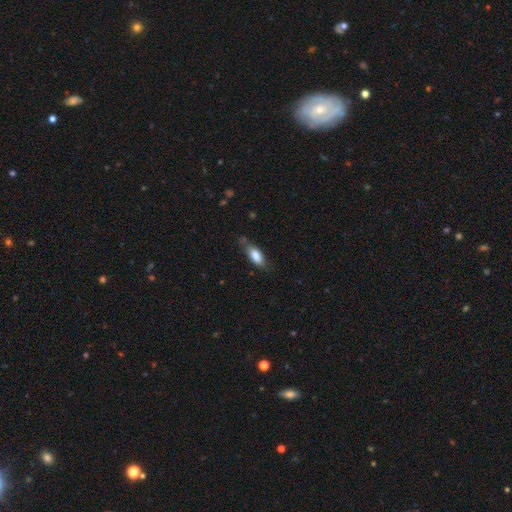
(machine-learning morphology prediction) Q: Smooth or featured?
A: smooth (82%); runner-up: featured or disk (12%)
Q: How rounded?
A: in between (76%); runner-up: cigar-shaped (22%)
Q: Merging?
A: none (63%); runner-up: minor disturbance (27%)